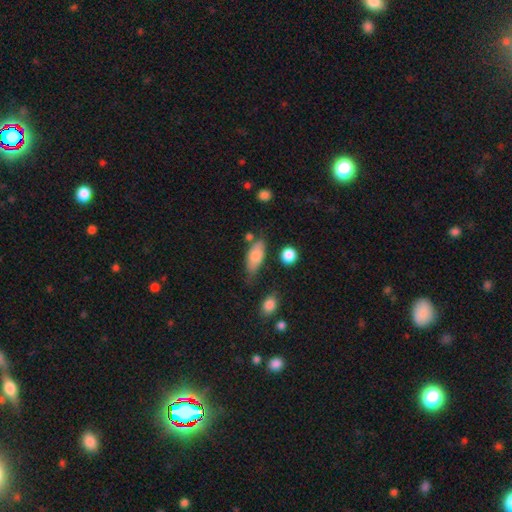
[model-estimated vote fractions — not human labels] A smooth galaxy with no disk features (77%) that is in between round and cigar-shaped (82%). Merging: none (54%).